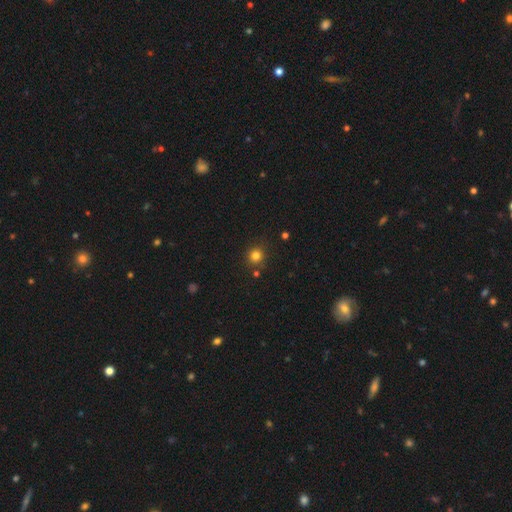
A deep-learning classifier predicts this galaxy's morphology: The model was most divided on "smooth or featured": smooth: 80%, star or artifact: 15%, featured or disk: 5%. More confident: how rounded — round (92%); merging — none (85%).